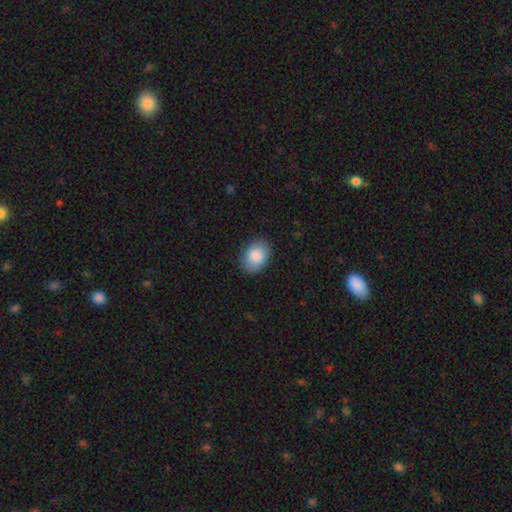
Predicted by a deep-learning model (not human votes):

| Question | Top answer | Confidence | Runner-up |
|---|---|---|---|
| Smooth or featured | smooth | 88% | star or artifact (7%) |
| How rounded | in between | 70% | round (29%) |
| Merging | none | 85% | minor disturbance (11%) |